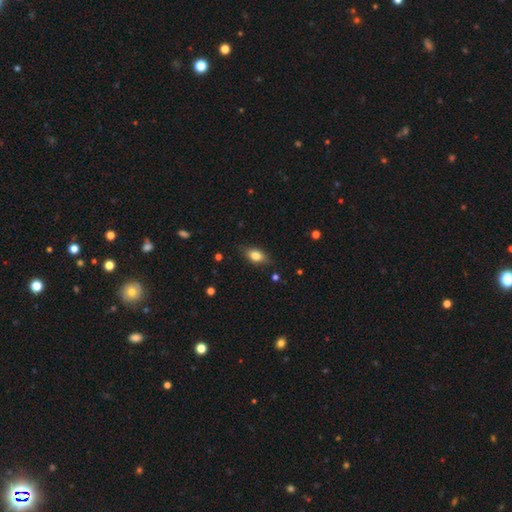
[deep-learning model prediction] A smooth galaxy with no disk features (77%) that is in between round and cigar-shaped (82%). Merging: none (80%).